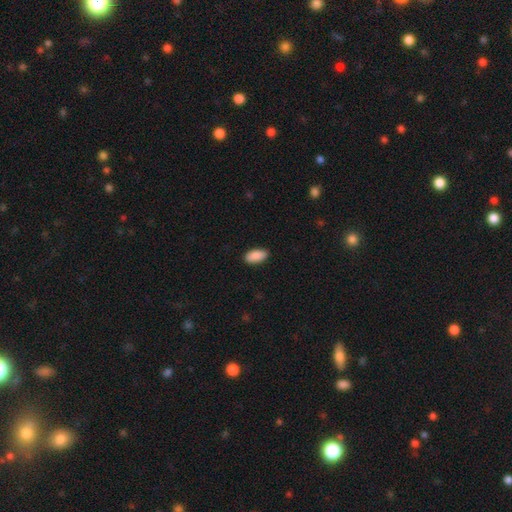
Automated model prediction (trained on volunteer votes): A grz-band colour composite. It shows a smooth galaxy with no disk features (91%) that is in between round and cigar-shaped (93%). Merging: none (88%).